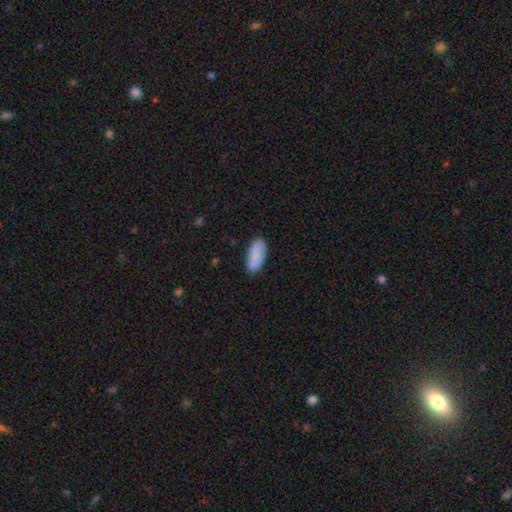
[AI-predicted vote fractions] This is clearly a smooth galaxy (86%). How rounded: clearly in between (88%). Merging: clearly none (84%).